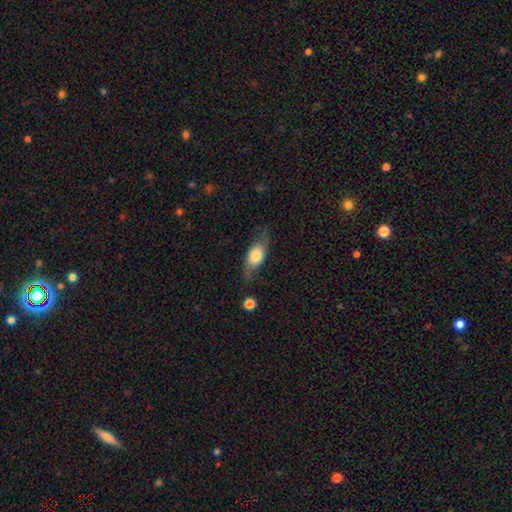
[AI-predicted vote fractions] A smooth galaxy with no disk features (54%) that is in between round and cigar-shaped (75%).

Vote fractions:
- Smooth or featured? smooth: 54% / featured or disk: 39% / star or artifact: 8%
- How rounded? in between: 75% / cigar-shaped: 13% / round: 12%
- Merging? none: 60% / minor disturbance: 26% / major disturbance: 12% / merger: 3%